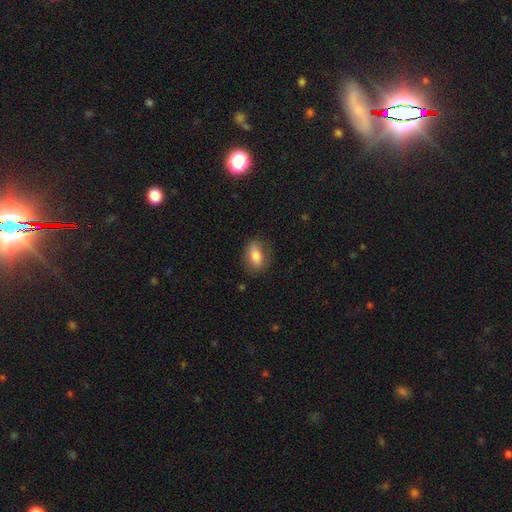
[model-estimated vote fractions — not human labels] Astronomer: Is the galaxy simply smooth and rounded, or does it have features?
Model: smooth — 76%.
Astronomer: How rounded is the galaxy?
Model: in between — 81%.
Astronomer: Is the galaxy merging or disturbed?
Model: none — 78%.